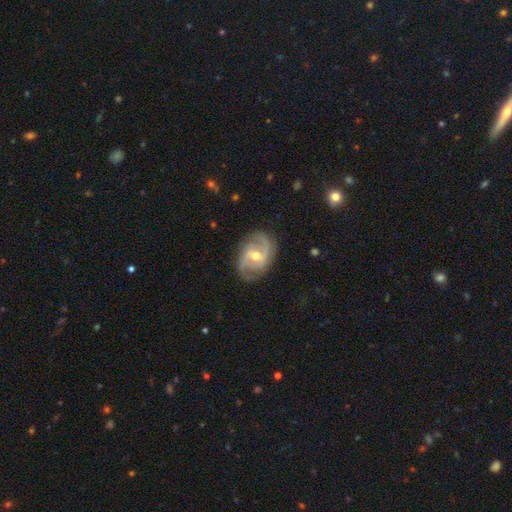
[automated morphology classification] smooth-or-featured: featured or disk: 87% | smooth: 8% | star or artifact: 5%
  disk-edge-on: no: 97% | yes: 3%
    bar: weak: 48% | no: 34% | strong: 18%
    has-spiral-arms: yes: 96% | no: 4%
      spiral-winding: medium: 50% | tight: 31% | loose: 19%
      spiral-arm-count: 2: 75% | 3: 11% | can't tell: 8% | 1: 2% | 4: 2% | more than 4: 2%
    bulge-size: moderate: 61% | small: 36% | large: 2% | none: 1% | dominant: 1%
  merging: none: 79% | minor disturbance: 15% | major disturbance: 5% | merger: 1%